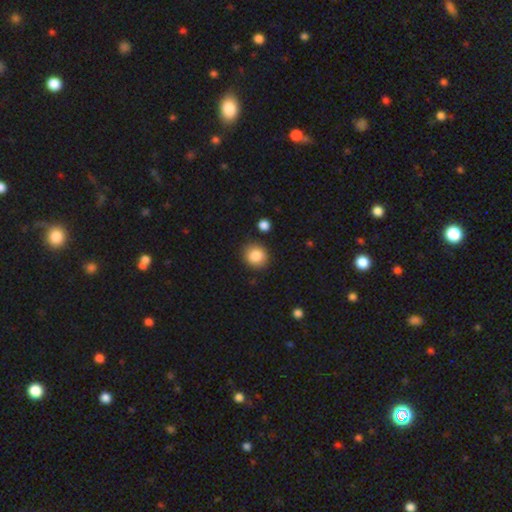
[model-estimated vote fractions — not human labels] Smooth or featured? Predicted: smooth (p=0.85). How rounded? Predicted: round (p=0.80). Merging? Predicted: none (p=0.86).